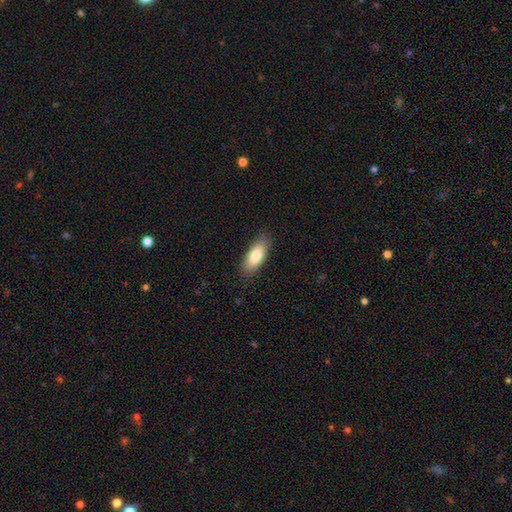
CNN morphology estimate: Smooth or featured: smooth — 81% (featured or disk — 13%)
How rounded: in between — 76% (cigar-shaped — 22%)
Merging: none — 85% (minor disturbance — 11%)